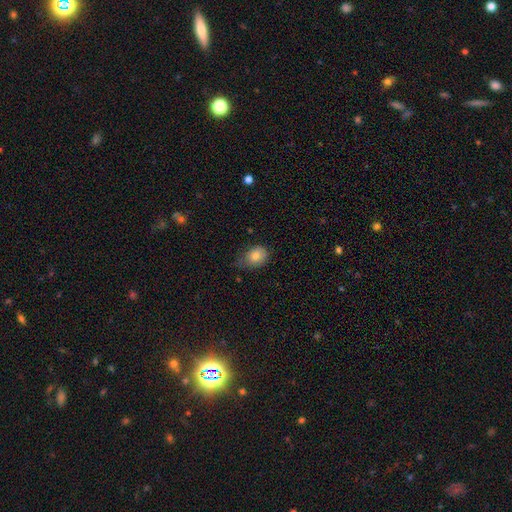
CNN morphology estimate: This appears to be a smooth galaxy with no disk features (81%) that is in between round and cigar-shaped (57%). Merging: none (55%).